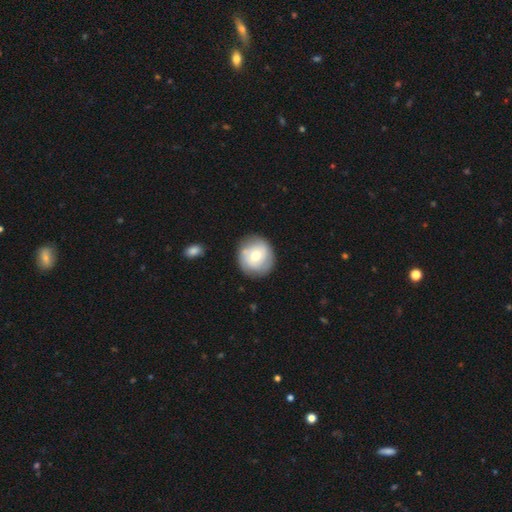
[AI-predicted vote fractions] Smooth or featured: smooth — 53% (featured or disk — 40%)
How rounded: round — 86% (in between — 13%)
Merging: none — 79% (minor disturbance — 14%)